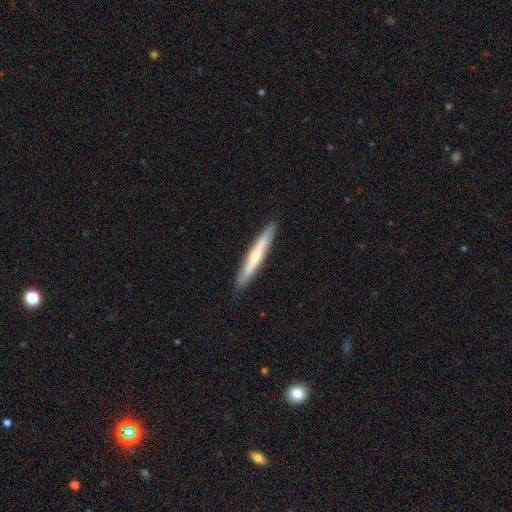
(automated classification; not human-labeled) smooth_or_featured: smooth (p=0.52) [alt: featured or disk p=0.43]
how_rounded: cigar-shaped (p=0.95) [alt: in between p=0.03]
merging: none (p=0.90) [alt: minor disturbance p=0.07]